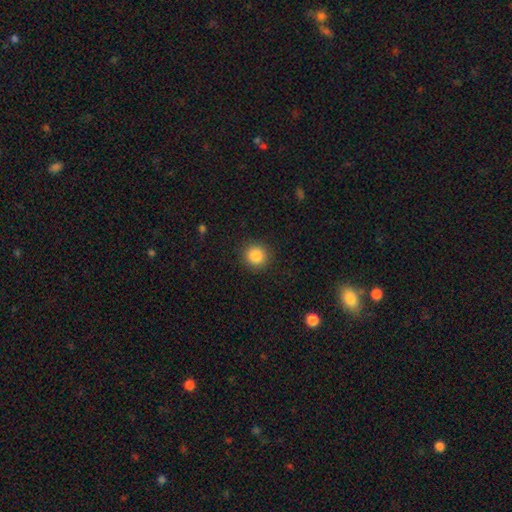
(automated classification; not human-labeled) smooth 86%, star or artifact 10%, featured or disk 4%. Down the decision tree: how rounded — round (93%); merging — none (91%).